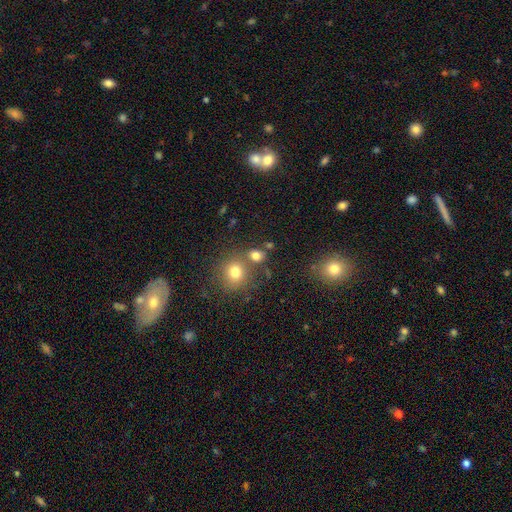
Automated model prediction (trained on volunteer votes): Q: Smooth or featured?
A: smooth (76%); runner-up: star or artifact (16%)
Q: How rounded?
A: round (63%); runner-up: in between (36%)
Q: Merging?
A: none (60%); runner-up: merger (25%)